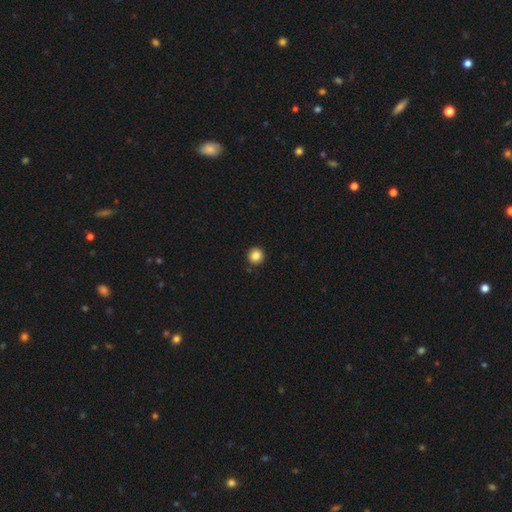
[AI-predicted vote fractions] smooth_or_featured: smooth (p=0.85) [alt: star or artifact p=0.10]
how_rounded: round (p=0.95) [alt: in between p=0.04]
merging: none (p=0.92) [alt: minor disturbance p=0.05]